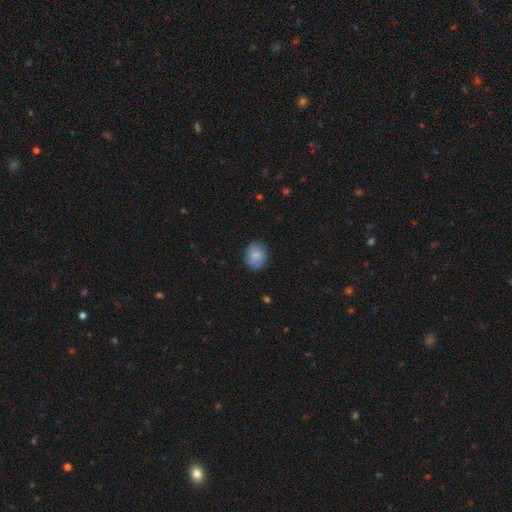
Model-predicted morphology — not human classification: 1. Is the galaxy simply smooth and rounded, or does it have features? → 84% smooth, 9% featured or disk, 7% star or artifact.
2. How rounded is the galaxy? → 70% round, 29% in between, 1% cigar-shaped.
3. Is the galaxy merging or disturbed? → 85% none, 12% minor disturbance, 3% major disturbance, 1% merger.